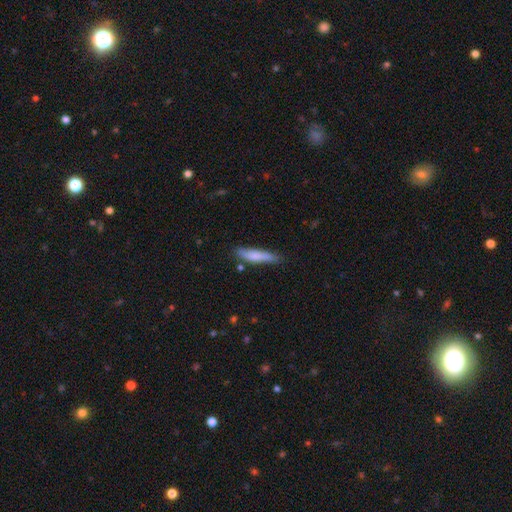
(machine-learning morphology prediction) smooth 76%, featured or disk 18%, star or artifact 6%. Down the decision tree: how rounded — cigar-shaped (83%); merging — none (75%).